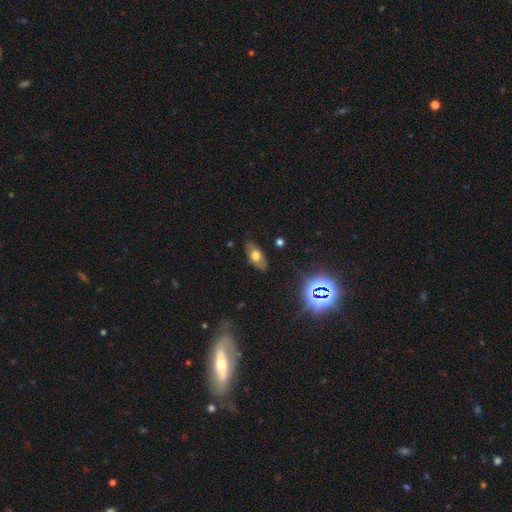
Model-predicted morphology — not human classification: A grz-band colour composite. It shows a smooth galaxy with no disk features (57%) that is in between round and cigar-shaped (86%). Merging: none (78%).